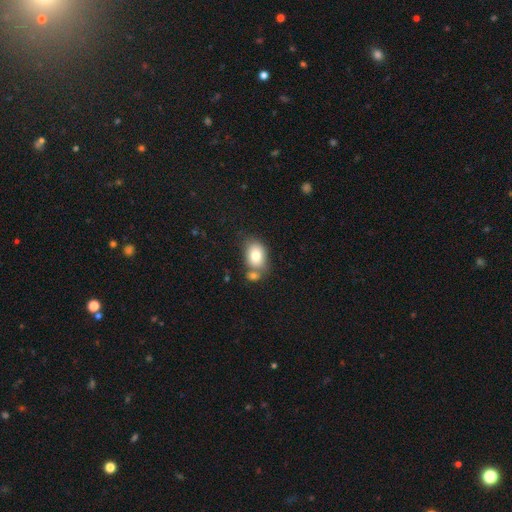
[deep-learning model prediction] Smooth or featured?
  - smooth: 78% *
  - featured or disk: 13%
  - star or artifact: 9%
How rounded?
  - in between: 75% *
  - round: 24%
  - cigar-shaped: 1%
Merging?
  - none: 51% *
  - merger: 29%
  - minor disturbance: 15%
  - major disturbance: 5%